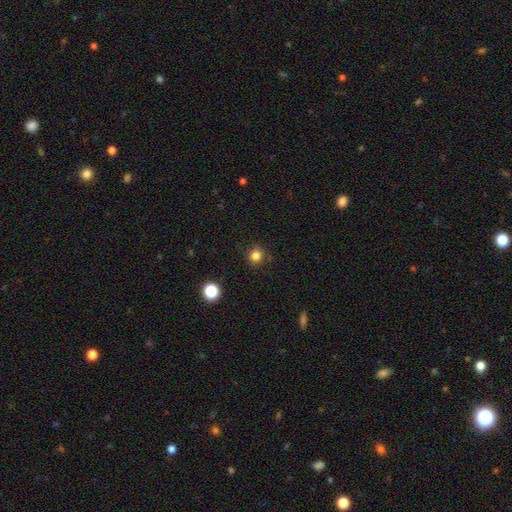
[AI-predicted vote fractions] The model was most divided on "smooth or featured": smooth: 81%, star or artifact: 14%, featured or disk: 5%. More confident: how rounded — round (91%); merging — none (88%).